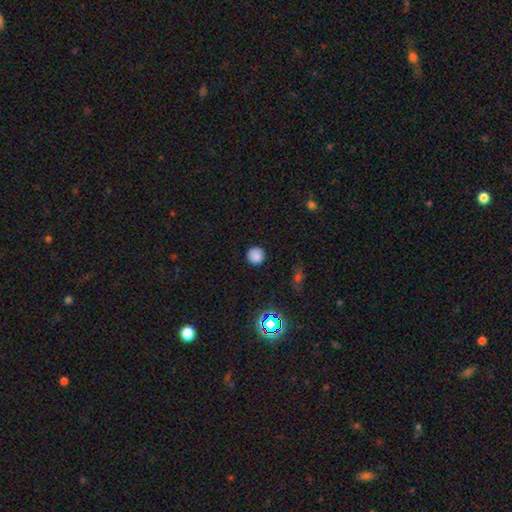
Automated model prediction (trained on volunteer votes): This is clearly a smooth galaxy (81%). How rounded: clearly round (94%). Merging: clearly none (88%).